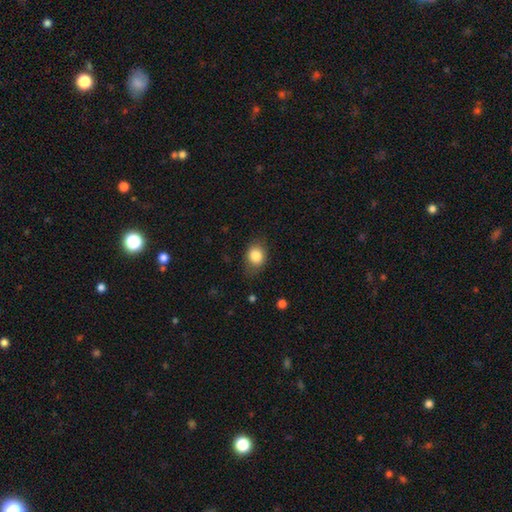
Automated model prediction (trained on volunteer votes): This is clearly a smooth galaxy (84%). How rounded: possibly in between (52%). Merging: likely none (73%).